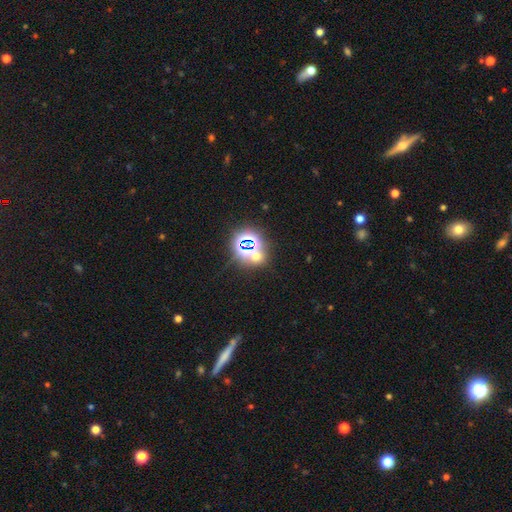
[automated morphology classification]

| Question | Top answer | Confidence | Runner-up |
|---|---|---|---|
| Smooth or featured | star or artifact | 61% | smooth (29%) |